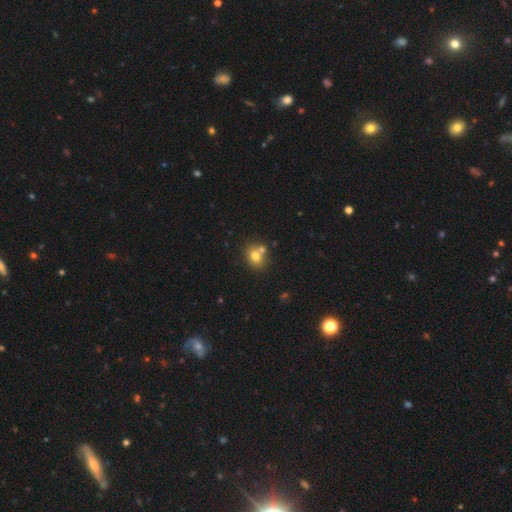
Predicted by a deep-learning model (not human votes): smooth_or_featured: smooth (p=0.73) [alt: featured or disk p=0.14]
how_rounded: round (p=0.62) [alt: in between p=0.37]
merging: none (p=0.55) [alt: merger p=0.31]